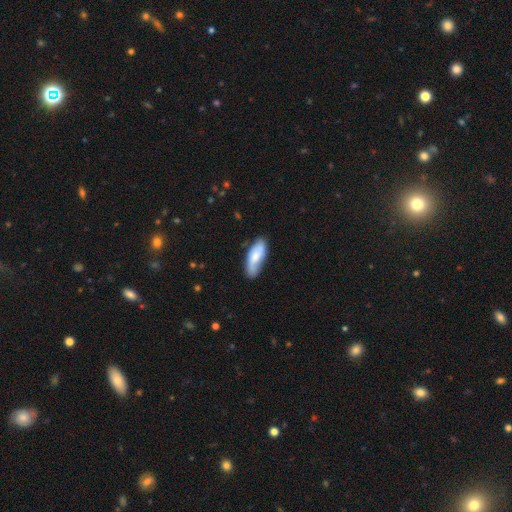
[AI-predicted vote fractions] smooth 70%, featured or disk 25%, star or artifact 6%. Down the decision tree: how rounded — in between (73%); merging — none (73%).